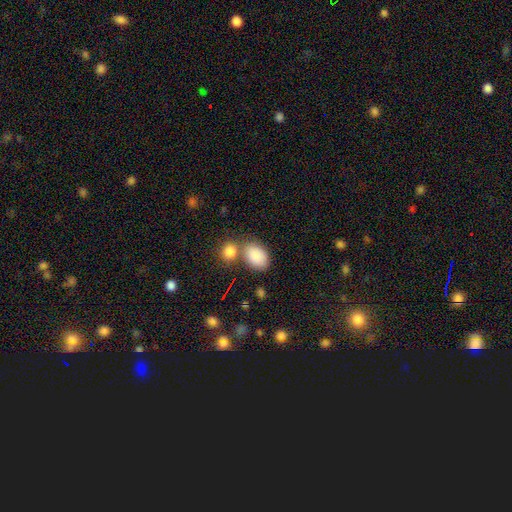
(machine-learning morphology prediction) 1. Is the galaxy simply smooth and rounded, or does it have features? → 86% smooth, 8% star or artifact, 6% featured or disk.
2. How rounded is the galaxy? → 87% in between, 11% round, 1% cigar-shaped.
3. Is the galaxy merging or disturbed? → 53% none, 29% merger, 14% minor disturbance, 5% major disturbance.